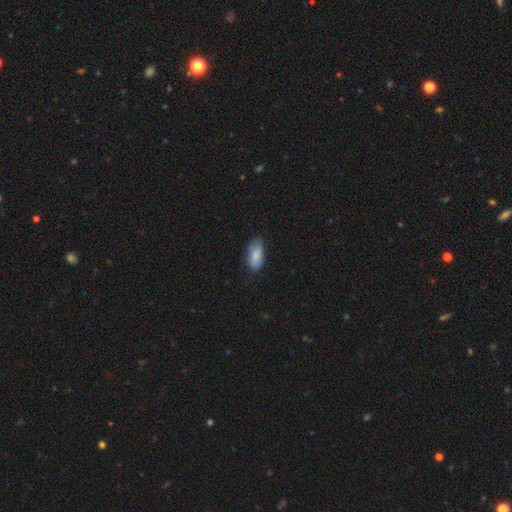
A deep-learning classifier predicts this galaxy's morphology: Smooth or featured? Predicted: smooth (p=0.84). How rounded? Predicted: in between (p=0.89). Merging? Predicted: none (p=0.73).